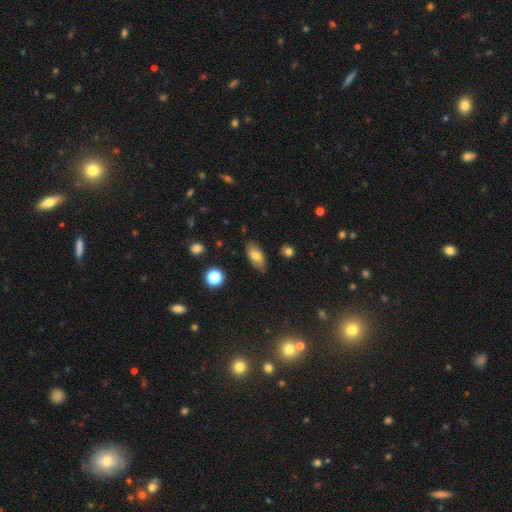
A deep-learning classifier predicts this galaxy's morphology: The model was most divided on "smooth or featured": smooth: 75%, featured or disk: 16%, star or artifact: 9%. More confident: how rounded — in between (88%); merging — none (82%).